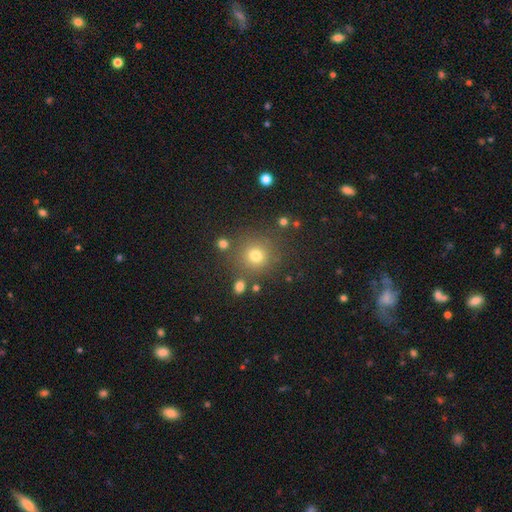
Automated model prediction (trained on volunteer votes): smooth_or_featured: smooth (p=0.75) [alt: star or artifact p=0.18]
how_rounded: round (p=0.92) [alt: in between p=0.07]
merging: none (p=0.82) [alt: minor disturbance p=0.09]